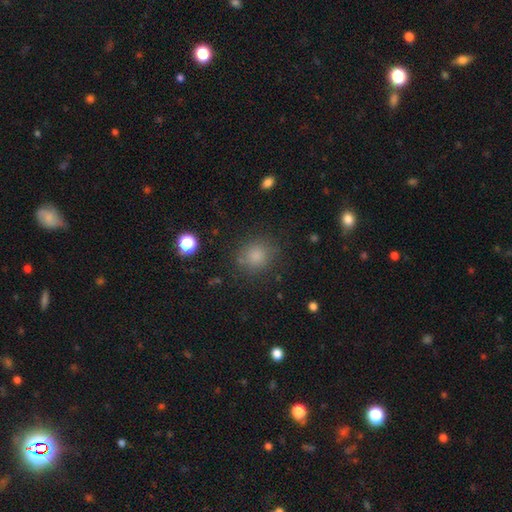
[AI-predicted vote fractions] smooth_or_featured: smooth (p=0.81) [alt: star or artifact p=0.14]
how_rounded: round (p=0.83) [alt: in between p=0.16]
merging: none (p=0.80) [alt: minor disturbance p=0.12]